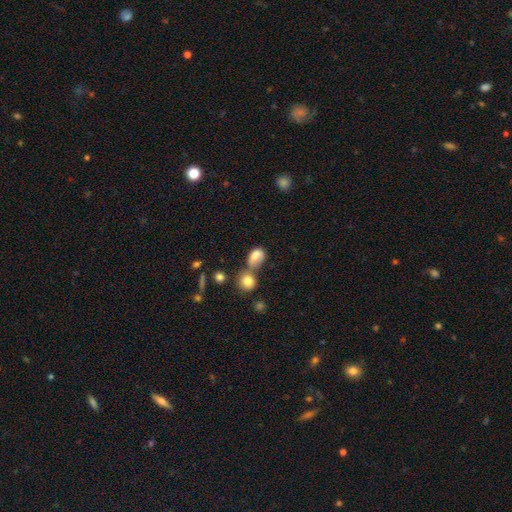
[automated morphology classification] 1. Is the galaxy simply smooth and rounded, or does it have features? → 77% smooth, 12% featured or disk, 11% star or artifact.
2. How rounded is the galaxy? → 75% in between, 23% round, 2% cigar-shaped.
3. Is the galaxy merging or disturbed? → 40% merger, 31% none, 18% minor disturbance, 11% major disturbance.